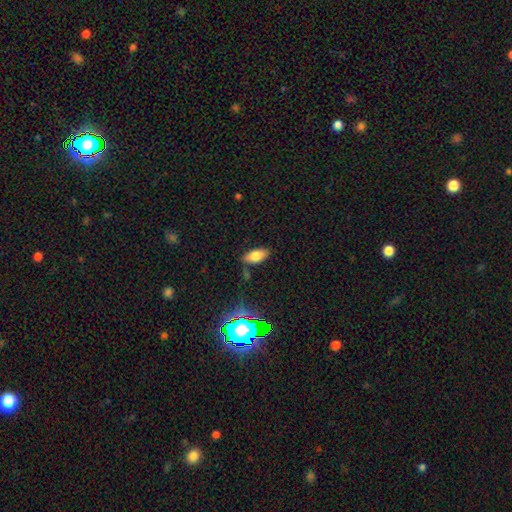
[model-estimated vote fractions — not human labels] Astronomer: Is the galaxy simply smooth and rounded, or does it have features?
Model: smooth — 77%.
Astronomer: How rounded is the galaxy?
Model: in between — 90%.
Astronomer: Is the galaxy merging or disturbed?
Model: none — 82%.